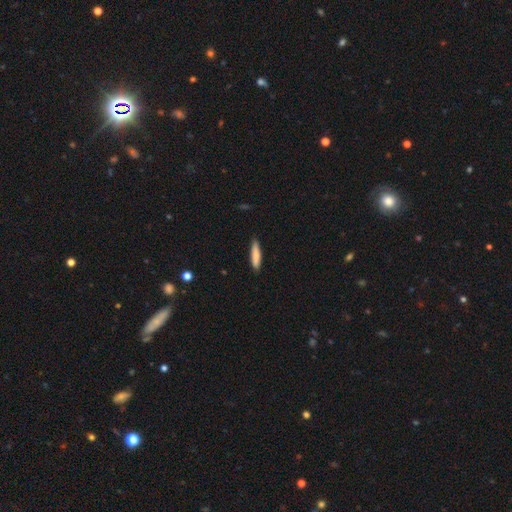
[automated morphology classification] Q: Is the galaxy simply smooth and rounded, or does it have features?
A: smooth — 84%.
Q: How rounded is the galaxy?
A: cigar-shaped — 81%.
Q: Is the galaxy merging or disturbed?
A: none — 87%.